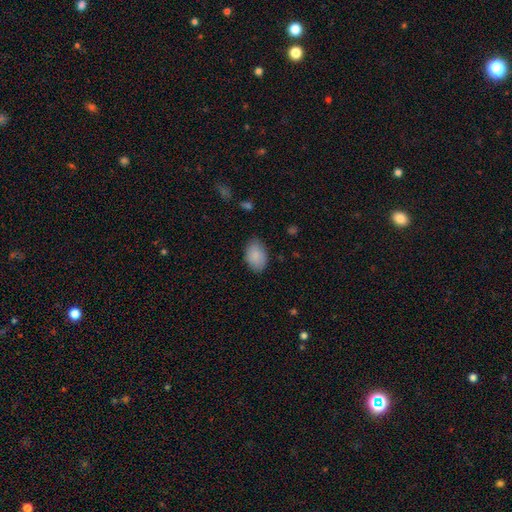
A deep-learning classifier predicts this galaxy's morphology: Overall: smooth (88%). How rounded: in between (88%). Merging: none (80%).